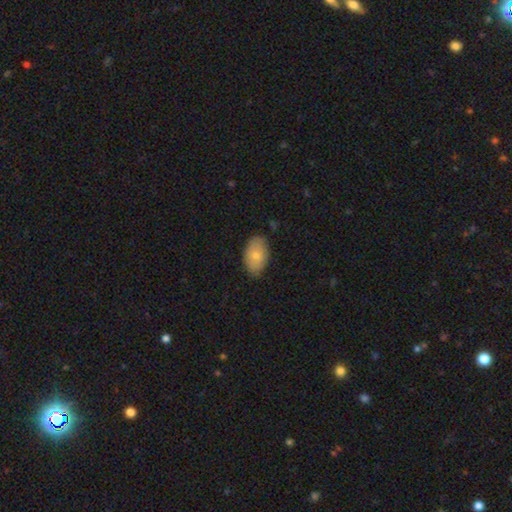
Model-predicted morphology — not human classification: type=smooth (78%); roundness=in between (92%); merging=none (78%).